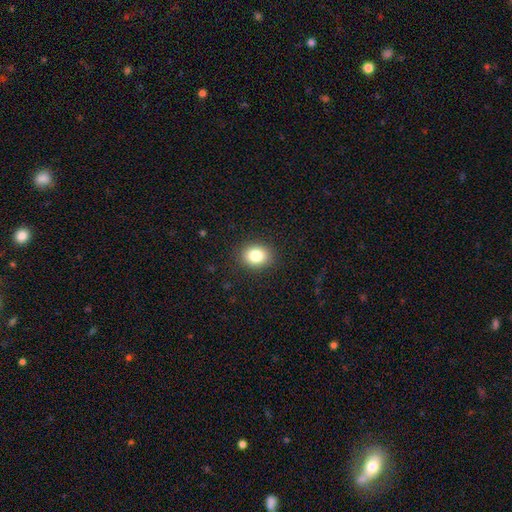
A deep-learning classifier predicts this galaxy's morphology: Smooth or featured: smooth — 82% (star or artifact — 10%)
How rounded: round — 55% (in between — 44%)
Merging: none — 89% (minor disturbance — 7%)